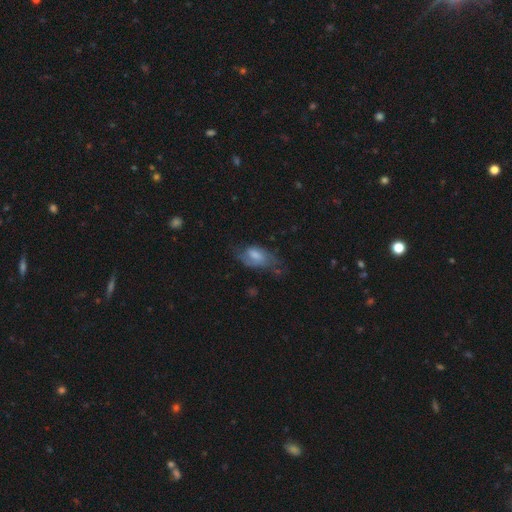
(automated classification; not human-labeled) smooth-or-featured: smooth: 50% | featured or disk: 42% | star or artifact: 8%
  merging: none: 42% | minor disturbance: 31% | major disturbance: 24% | merger: 3%